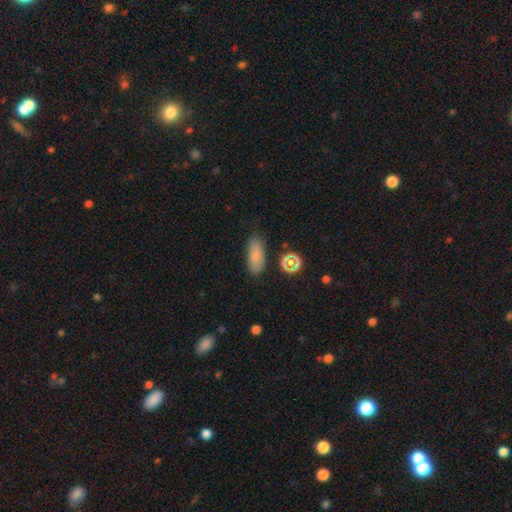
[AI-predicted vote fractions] Q: Smooth or featured?
A: smooth (79%); runner-up: star or artifact (11%)
Q: How rounded?
A: in between (81%); runner-up: cigar-shaped (15%)
Q: Merging?
A: none (82%); runner-up: minor disturbance (13%)